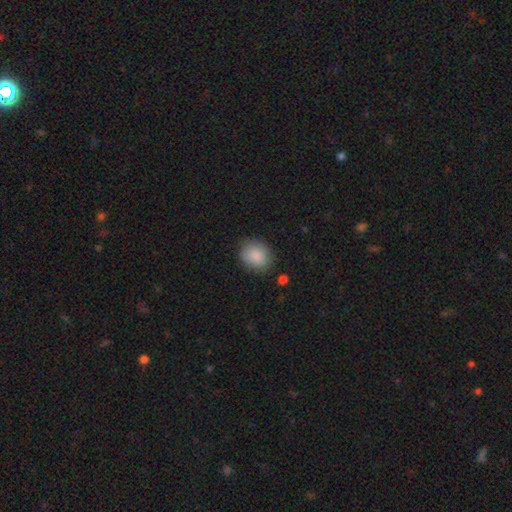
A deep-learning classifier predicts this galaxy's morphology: Q: Smooth or featured?
A: smooth (88%); runner-up: star or artifact (7%)
Q: How rounded?
A: round (58%); runner-up: in between (41%)
Q: Merging?
A: none (82%); runner-up: minor disturbance (13%)